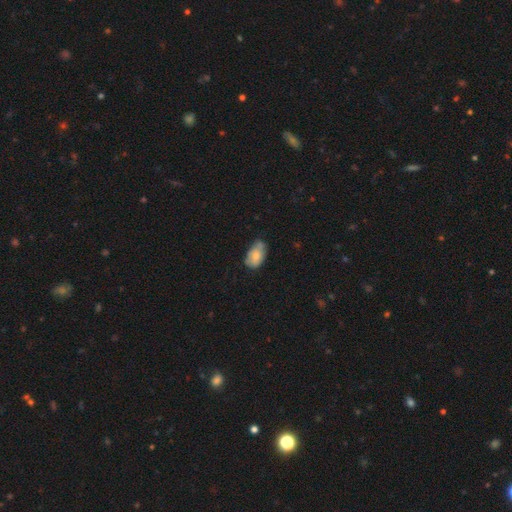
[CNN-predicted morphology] Smooth or featured: smooth — 73% (featured or disk — 19%)
How rounded: in between — 92% (round — 7%)
Merging: none — 45% (minor disturbance — 41%)